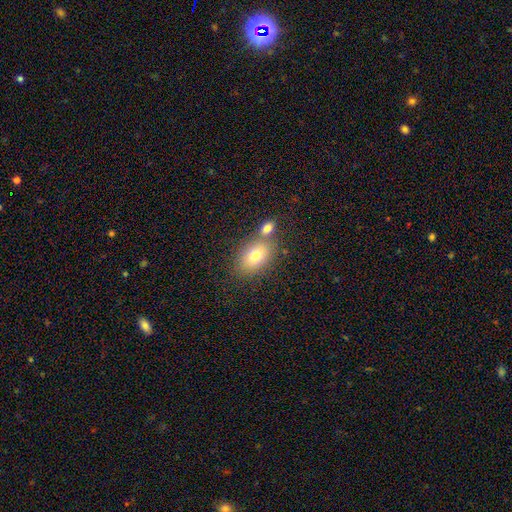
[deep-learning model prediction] smooth 75%, featured or disk 15%, star or artifact 9%. Down the decision tree: how rounded — in between (82%); merging — none (57%).